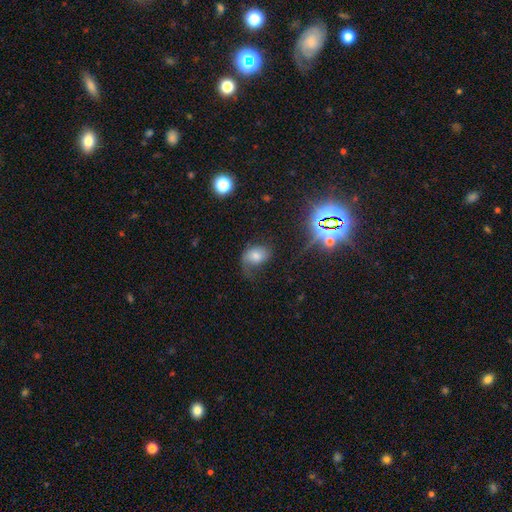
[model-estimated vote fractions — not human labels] Smooth or featured? Predicted: smooth (p=0.61). How rounded? Predicted: in between (p=0.72). Merging? Predicted: none (p=0.38).